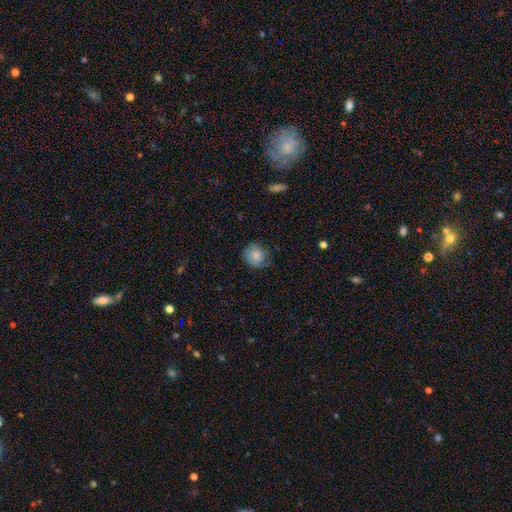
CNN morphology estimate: Smooth or featured?
  - smooth: 68% *
  - featured or disk: 24%
  - star or artifact: 8%
How rounded?
  - round: 78% *
  - in between: 21%
  - cigar-shaped: 1%
Merging?
  - none: 65% *
  - minor disturbance: 26%
  - major disturbance: 8%
  - merger: 1%